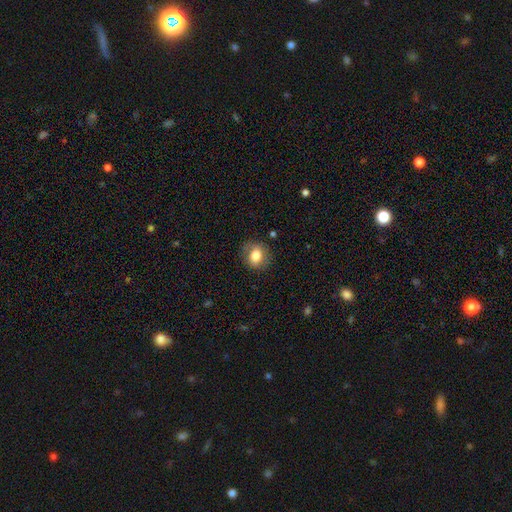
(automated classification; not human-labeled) smooth-or-featured: smooth: 78% | featured or disk: 13% | star or artifact: 9%
  how-rounded: round: 65% | in between: 34% | cigar-shaped: 1%
  merging: none: 82% | minor disturbance: 13% | major disturbance: 4% | merger: 1%